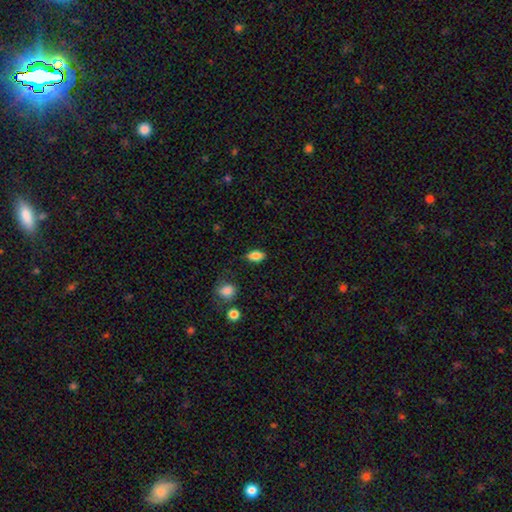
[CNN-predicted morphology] The model was most divided on "merging": none: 85%, minor disturbance: 11%, major disturbance: 3%, merger: 2%. More confident: how rounded — in between (89%); smooth or featured — smooth (85%).